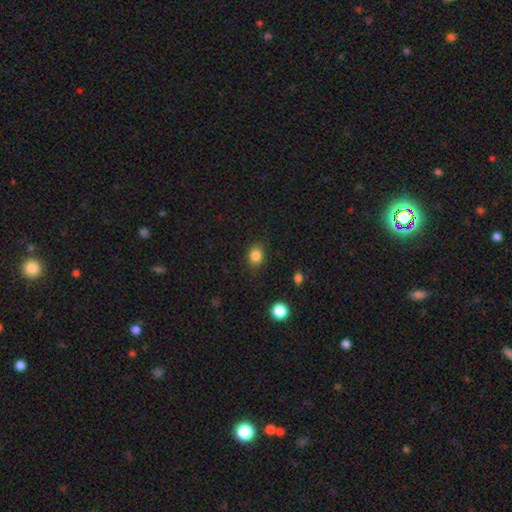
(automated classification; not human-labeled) A smooth galaxy with no disk features (84%) that is round (53%). Merging: none (83%).